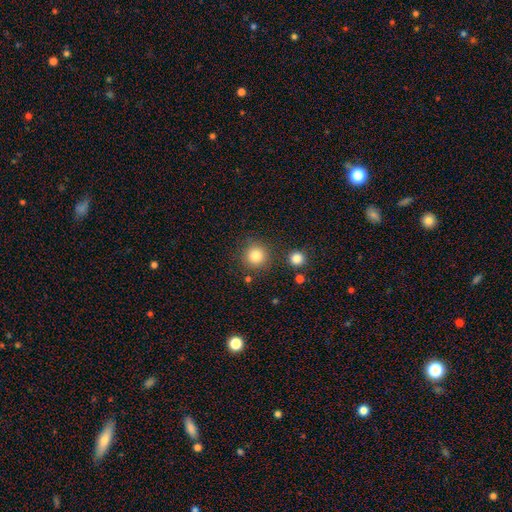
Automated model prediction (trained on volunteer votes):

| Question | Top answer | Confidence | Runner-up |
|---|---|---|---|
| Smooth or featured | smooth | 83% | star or artifact (11%) |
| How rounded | round | 94% | in between (5%) |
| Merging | none | 84% | minor disturbance (8%) |